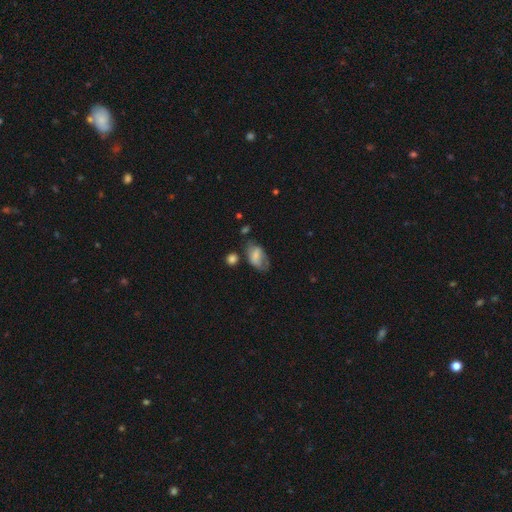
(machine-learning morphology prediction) Q: Smooth or featured?
A: smooth (65%); runner-up: featured or disk (27%)
Q: How rounded?
A: in between (89%); runner-up: round (9%)
Q: Merging?
A: none (47%); runner-up: minor disturbance (30%)